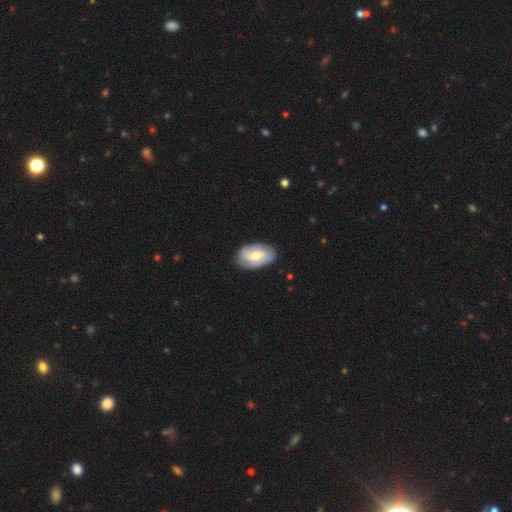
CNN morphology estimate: A smooth galaxy with no disk features (49%).

Vote fractions:
- Smooth or featured? smooth: 49% / featured or disk: 45% / star or artifact: 6%
- Merging? none: 83% / minor disturbance: 13% / major disturbance: 3% / merger: 1%